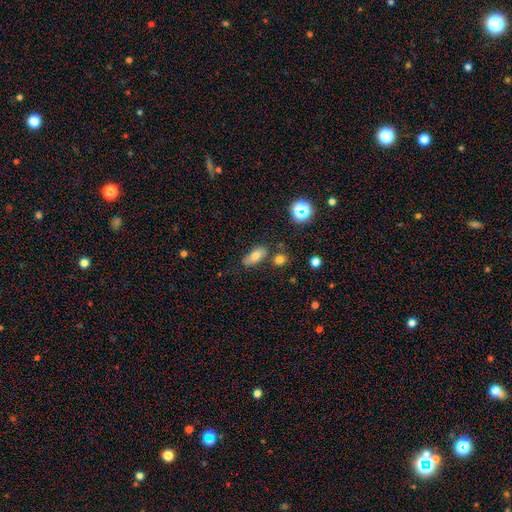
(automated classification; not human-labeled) A smooth galaxy with no disk features (74%) that is in between round and cigar-shaped (83%). Merging: none (71%).